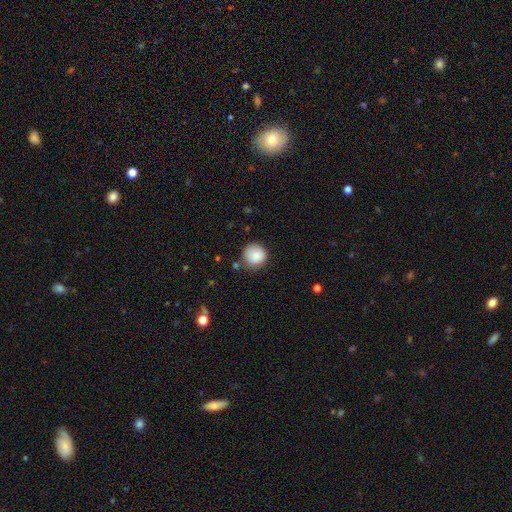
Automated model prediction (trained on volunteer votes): Q: Smooth or featured?
A: smooth (85%); runner-up: star or artifact (9%)
Q: How rounded?
A: round (93%); runner-up: in between (6%)
Q: Merging?
A: none (77%); runner-up: minor disturbance (17%)